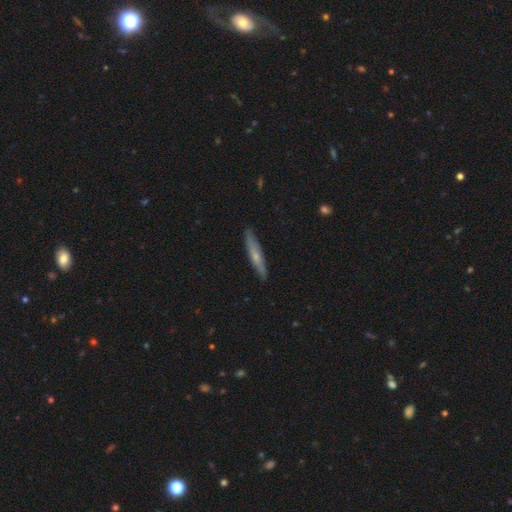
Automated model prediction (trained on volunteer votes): A smooth galaxy with no disk features (48%).

Vote fractions:
- Smooth or featured? smooth: 48% / featured or disk: 46% / star or artifact: 6%
- Merging? none: 87% / minor disturbance: 10% / major disturbance: 2% / merger: 1%